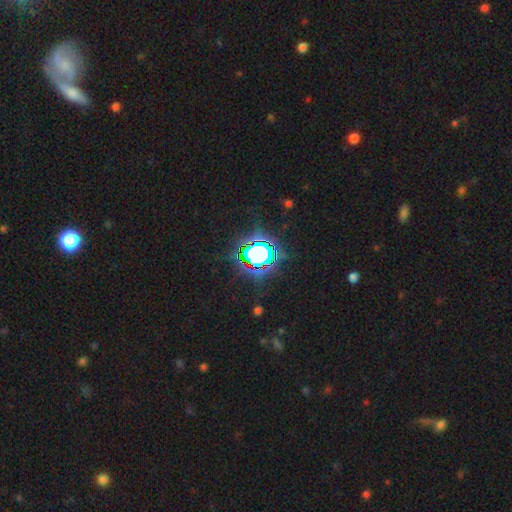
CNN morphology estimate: star or artifact 74%, smooth 15%, featured or disk 11%.